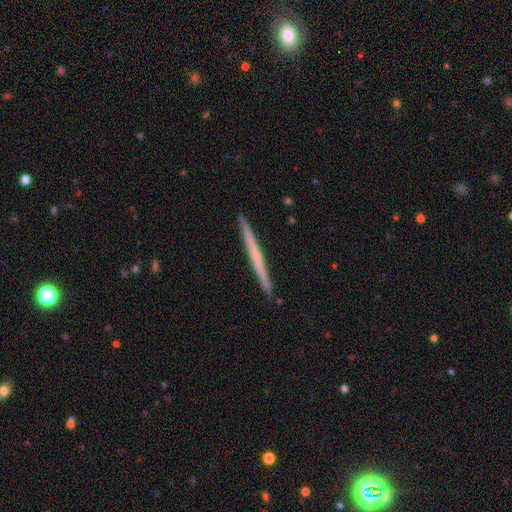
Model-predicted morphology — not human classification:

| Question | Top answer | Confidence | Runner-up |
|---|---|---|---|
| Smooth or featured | featured or disk | 55% | smooth (39%) |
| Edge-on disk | yes | 98% | no (2%) |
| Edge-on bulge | none | 78% | rounded (18%) |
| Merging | none | 93% | minor disturbance (5%) |